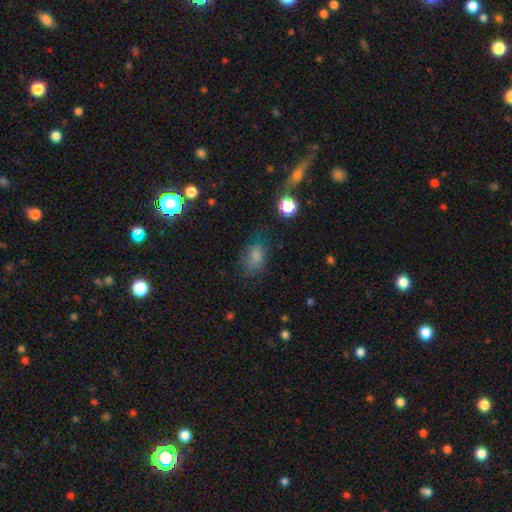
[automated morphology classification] Smooth or featured? Predicted: smooth (p=0.73). How rounded? Predicted: in between (p=0.80). Merging? Predicted: none (p=0.56).